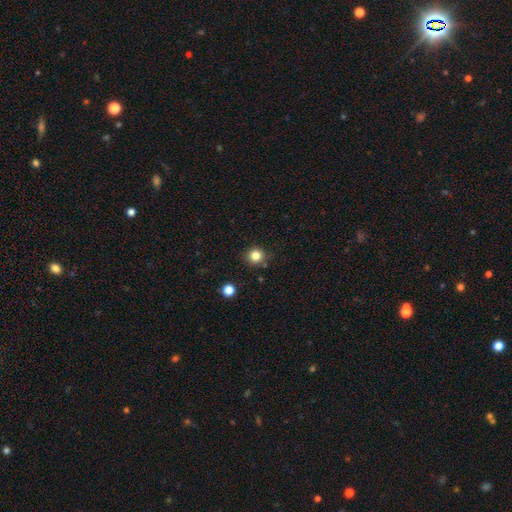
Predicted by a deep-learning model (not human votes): A smooth galaxy with no disk features (82%) that is round (91%). Merging: none (86%).